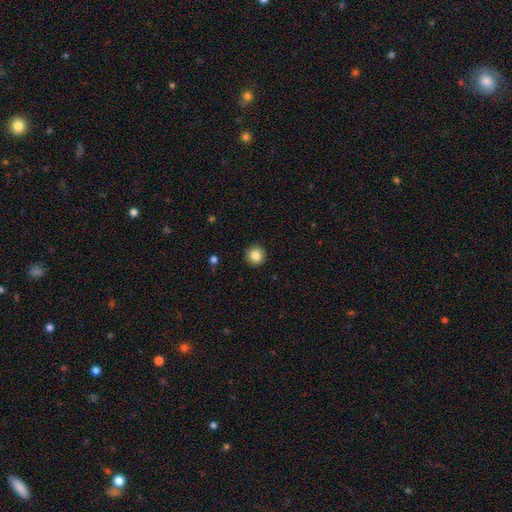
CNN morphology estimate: Smooth or featured: smooth — 83% (star or artifact — 10%)
How rounded: round — 94% (in between — 5%)
Merging: none — 92% (minor disturbance — 5%)